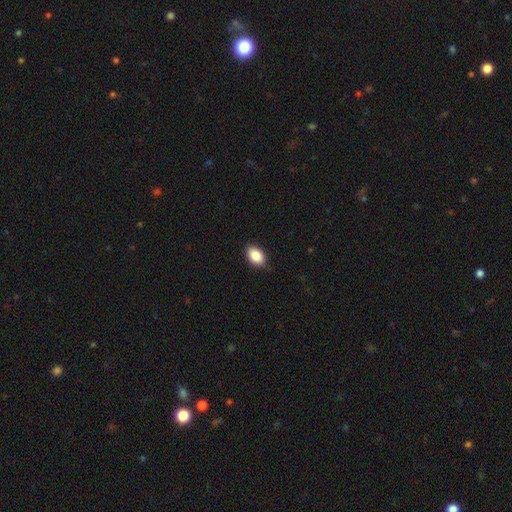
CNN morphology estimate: Smooth or featured?
  - smooth: 88% *
  - star or artifact: 7%
  - featured or disk: 5%
How rounded?
  - in between: 89% *
  - round: 9%
  - cigar-shaped: 1%
Merging?
  - none: 87% *
  - minor disturbance: 10%
  - major disturbance: 2%
  - merger: 1%